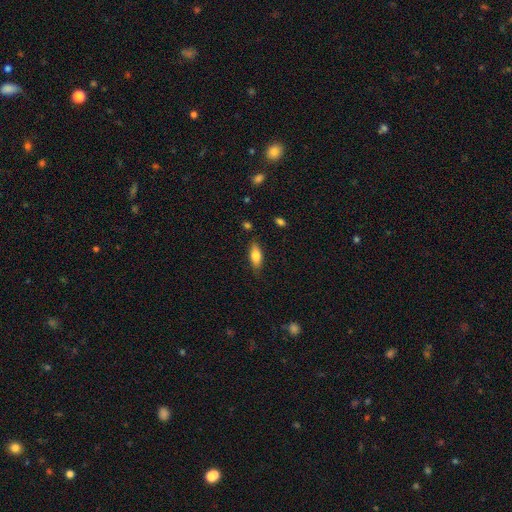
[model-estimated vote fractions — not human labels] Overall: smooth (77%). How rounded: in between (76%). Merging: none (82%).